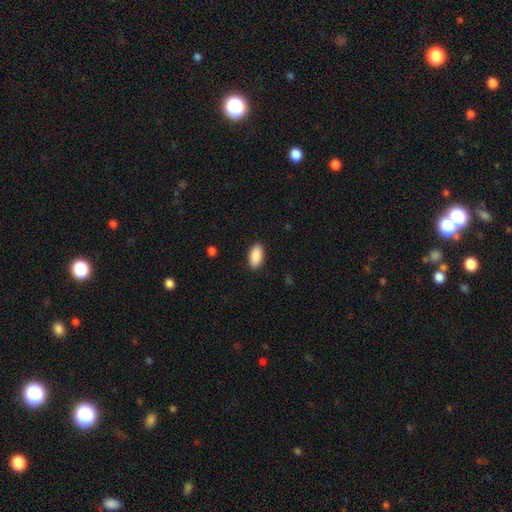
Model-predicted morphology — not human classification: smooth_or_featured: smooth (p=0.91) [alt: star or artifact p=0.06]
how_rounded: in between (p=0.93) [alt: cigar-shaped p=0.05]
merging: none (p=0.90) [alt: minor disturbance p=0.07]